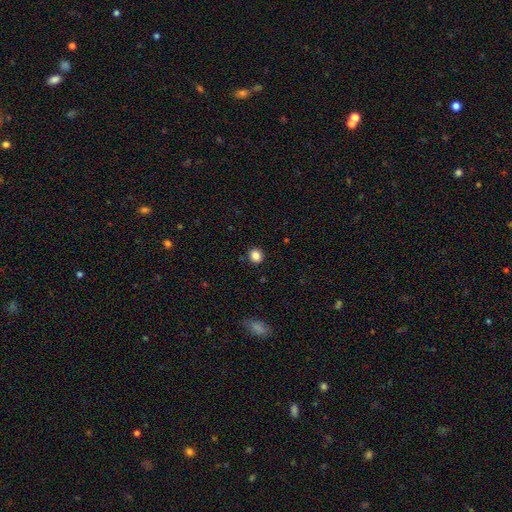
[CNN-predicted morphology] Smooth or featured?
  - smooth: 85% *
  - star or artifact: 11%
  - featured or disk: 5%
How rounded?
  - round: 82% *
  - in between: 17%
  - cigar-shaped: 1%
Merging?
  - none: 89% *
  - minor disturbance: 8%
  - major disturbance: 2%
  - merger: 1%